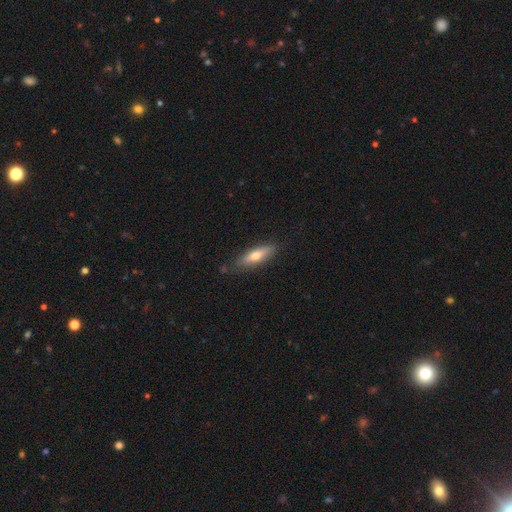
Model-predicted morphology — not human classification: smooth 58%, featured or disk 36%, star or artifact 6%. Down the decision tree: how rounded — cigar-shaped (61%); merging — none (80%).